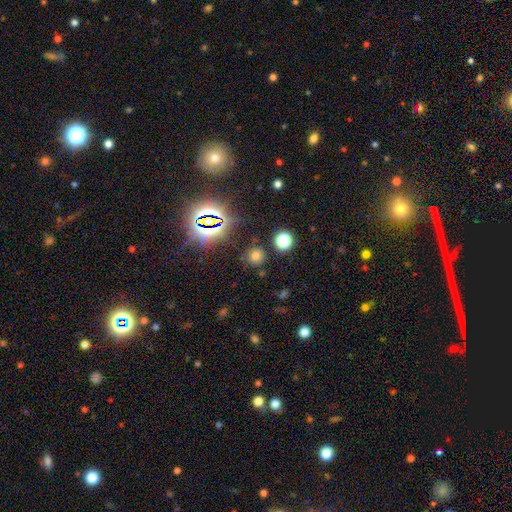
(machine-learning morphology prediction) Smooth or featured?
  - smooth: 62% *
  - star or artifact: 30%
  - featured or disk: 7%
How rounded?
  - round: 89% *
  - in between: 9%
  - cigar-shaped: 1%
Merging?
  - none: 83% *
  - minor disturbance: 9%
  - merger: 4%
  - major disturbance: 4%